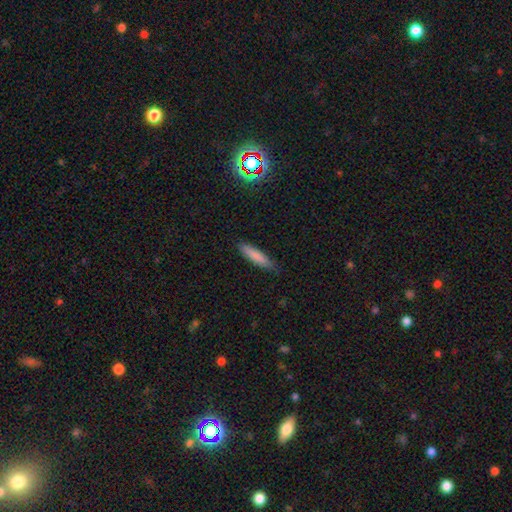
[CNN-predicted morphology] Smooth or featured?
  - smooth: 83% *
  - featured or disk: 10%
  - star or artifact: 7%
How rounded?
  - cigar-shaped: 80% *
  - in between: 18%
  - round: 1%
Merging?
  - none: 83% *
  - minor disturbance: 13%
  - major disturbance: 2%
  - merger: 1%